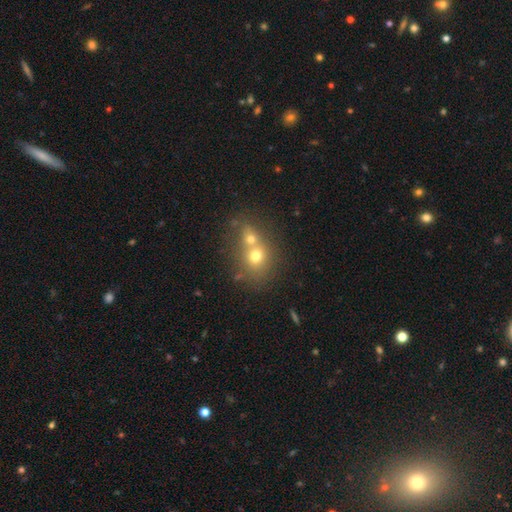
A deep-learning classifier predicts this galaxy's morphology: smooth_or_featured: smooth (p=0.67) [alt: featured or disk p=0.20]
how_rounded: round (p=0.69) [alt: in between p=0.30]
merging: merger (p=0.57) [alt: none p=0.33]